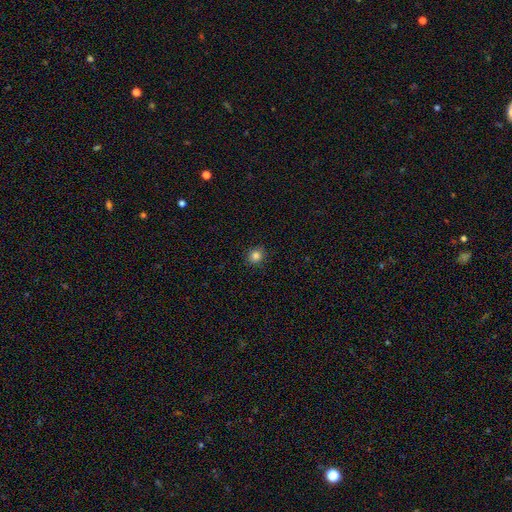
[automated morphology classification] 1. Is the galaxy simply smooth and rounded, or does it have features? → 84% smooth, 12% star or artifact, 4% featured or disk.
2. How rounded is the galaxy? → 86% round, 13% in between, 1% cigar-shaped.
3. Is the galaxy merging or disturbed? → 91% none, 6% minor disturbance, 2% major disturbance, 1% merger.